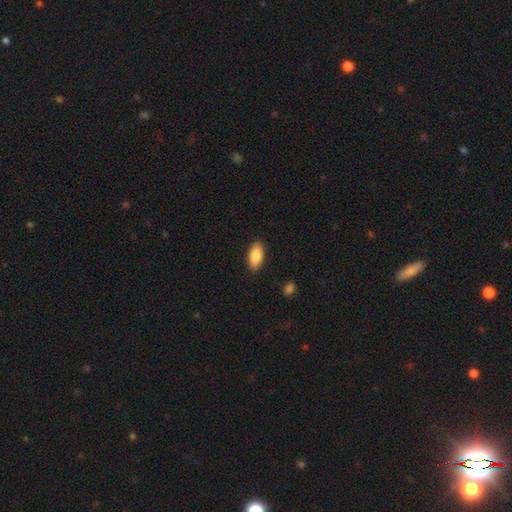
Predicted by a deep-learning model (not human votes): A smooth galaxy with no disk features (85%) that is in between round and cigar-shaped (90%). Merging: none (89%).